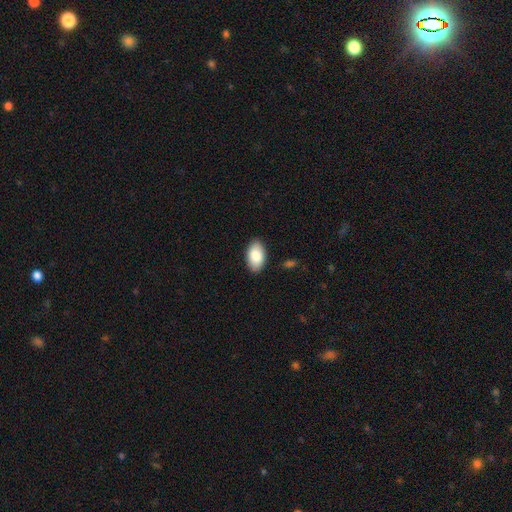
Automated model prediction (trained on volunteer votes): Overall: smooth (85%). How rounded: in between (94%). Merging: none (87%).